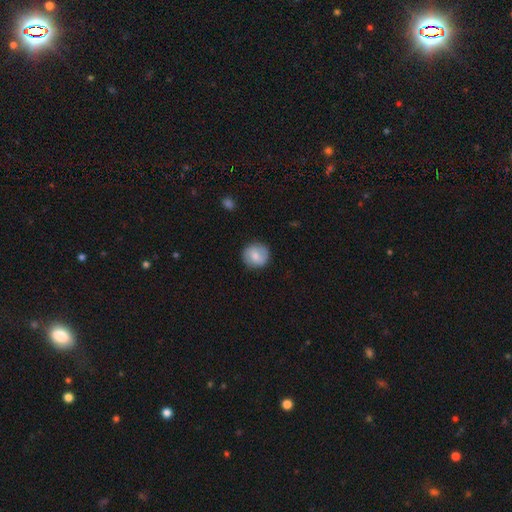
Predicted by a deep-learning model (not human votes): Smooth or featured? Predicted: smooth (p=0.72). How rounded? Predicted: round (p=0.89). Merging? Predicted: none (p=0.85).